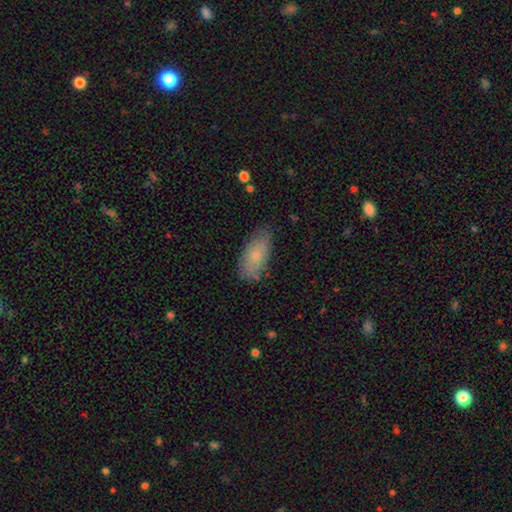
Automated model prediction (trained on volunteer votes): A smooth galaxy with no disk features (74%) that is in between round and cigar-shaped (89%).

Vote fractions:
- Smooth or featured? smooth: 74% / featured or disk: 19% / star or artifact: 7%
- How rounded? in between: 89% / cigar-shaped: 8% / round: 3%
- Merging? none: 75% / minor disturbance: 20% / major disturbance: 4% / merger: 2%